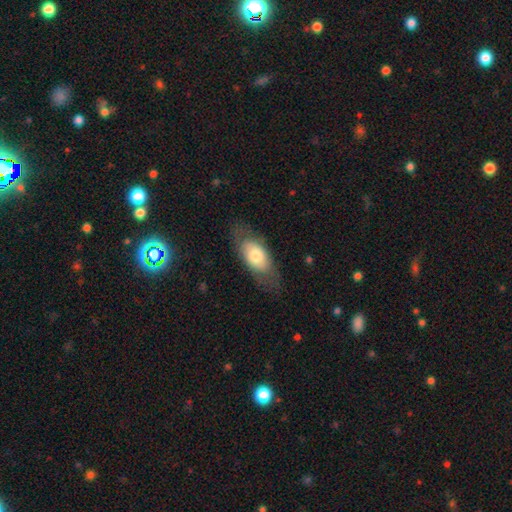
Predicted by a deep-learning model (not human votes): Q: Smooth or featured?
A: smooth (67%); runner-up: featured or disk (27%)
Q: How rounded?
A: in between (87%); runner-up: cigar-shaped (8%)
Q: Merging?
A: none (71%); runner-up: minor disturbance (18%)